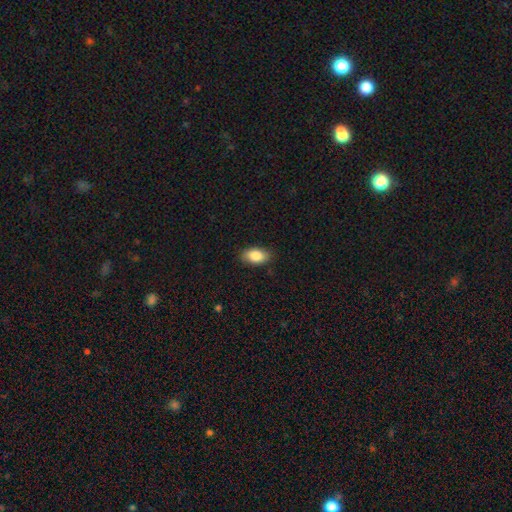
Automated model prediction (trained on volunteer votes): A smooth galaxy with no disk features (86%) that is in between round and cigar-shaped (91%). Merging: none (86%).